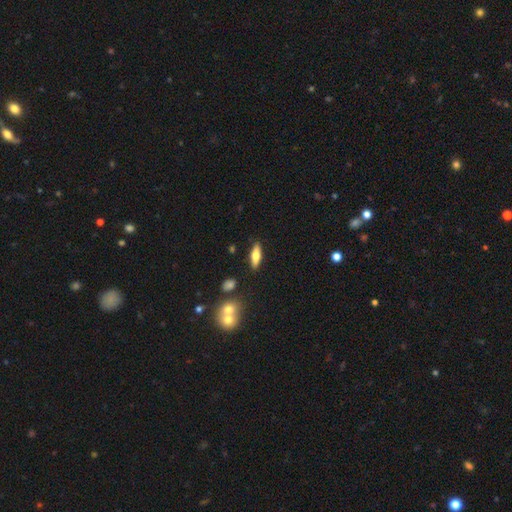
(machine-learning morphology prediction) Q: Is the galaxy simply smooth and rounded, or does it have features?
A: smooth — 55%.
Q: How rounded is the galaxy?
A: cigar-shaped — 50%.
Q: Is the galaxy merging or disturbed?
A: none — 86%.